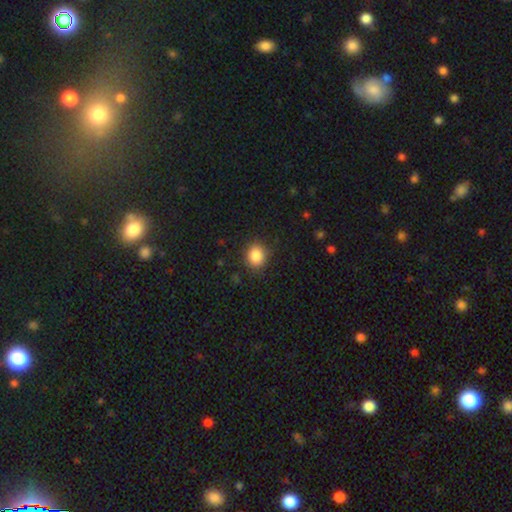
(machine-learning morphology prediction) This appears to be a smooth galaxy with no disk features (86%) that is round (70%). Merging: none (87%).